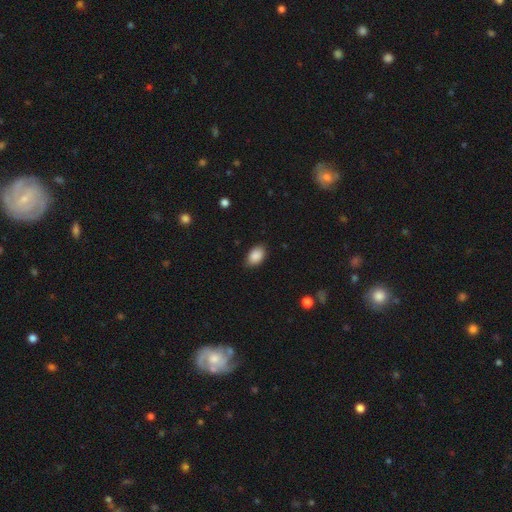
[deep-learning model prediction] The model was most divided on "merging": none: 83%, minor disturbance: 13%, major disturbance: 3%, merger: 1%. More confident: how rounded — in between (89%); smooth or featured — smooth (89%).